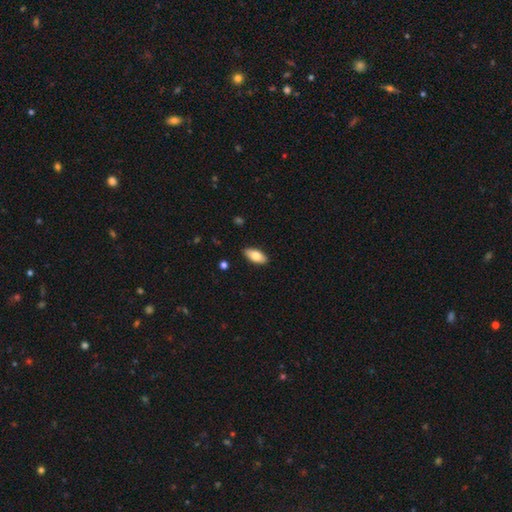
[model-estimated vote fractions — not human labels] smooth-or-featured: smooth: 79% | featured or disk: 15% | star or artifact: 6%
  how-rounded: in between: 88% | cigar-shaped: 9% | round: 2%
  merging: none: 88% | minor disturbance: 9% | major disturbance: 2% | merger: 1%